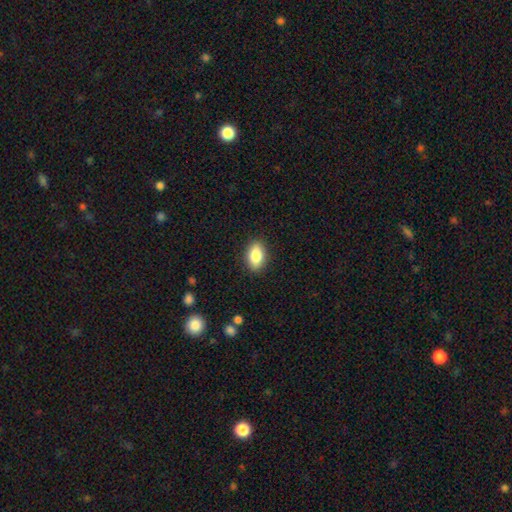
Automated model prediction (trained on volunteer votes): Smooth or featured: smooth — 83% (featured or disk — 10%)
How rounded: in between — 87% (round — 9%)
Merging: none — 89% (minor disturbance — 8%)